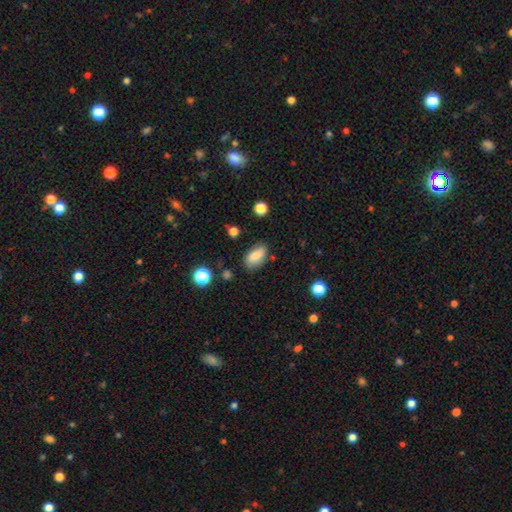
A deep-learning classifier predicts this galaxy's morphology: Smooth or featured?
  - smooth: 79% *
  - featured or disk: 12%
  - star or artifact: 9%
How rounded?
  - in between: 90% *
  - round: 6%
  - cigar-shaped: 3%
Merging?
  - none: 70% *
  - minor disturbance: 22%
  - major disturbance: 5%
  - merger: 3%